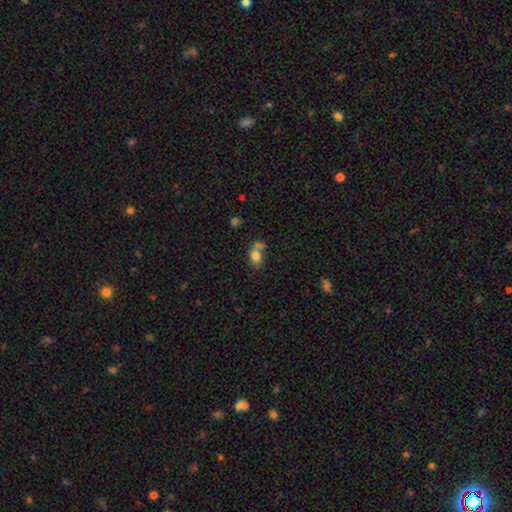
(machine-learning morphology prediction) type=smooth (79%); roundness=in between (63%); merging=none (43%).